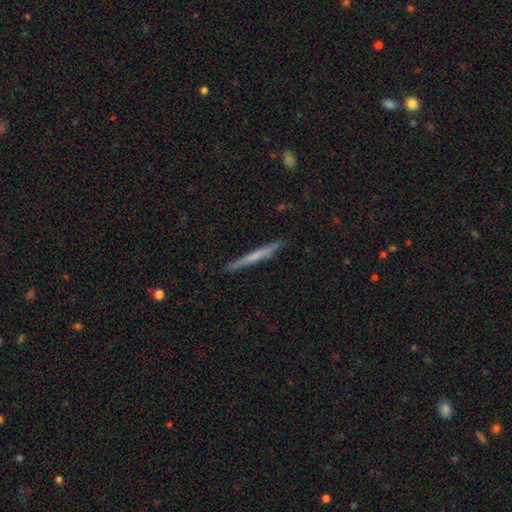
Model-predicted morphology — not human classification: Smooth or featured? Predicted: smooth (p=0.48). Merging? Predicted: none (p=0.91).